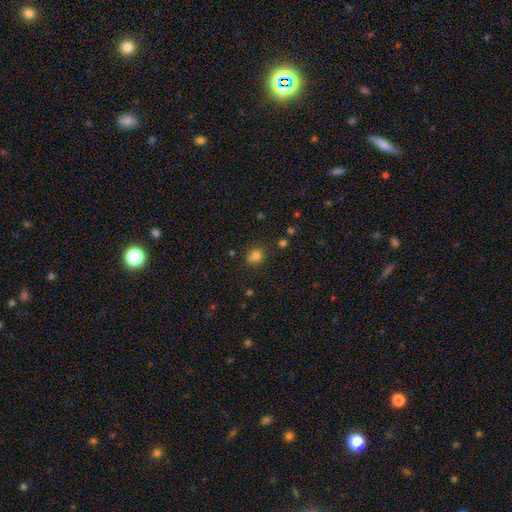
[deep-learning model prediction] Smooth or featured? smooth (77%)
How rounded? round (71%)
Merging? none (65%)